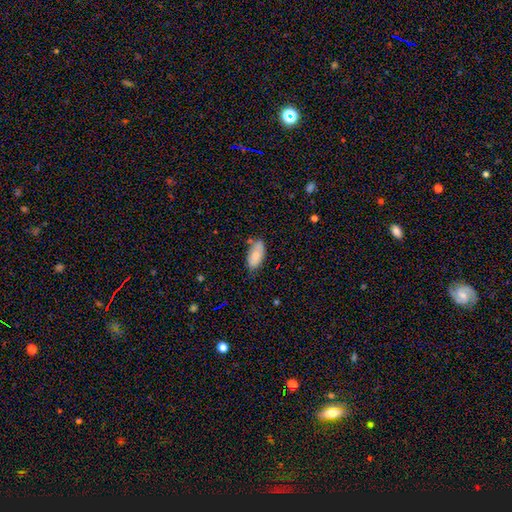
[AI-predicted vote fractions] smooth_or_featured: smooth (p=0.81) [alt: featured or disk p=0.13]
how_rounded: in between (p=0.91) [alt: cigar-shaped p=0.07]
merging: none (p=0.67) [alt: minor disturbance p=0.24]